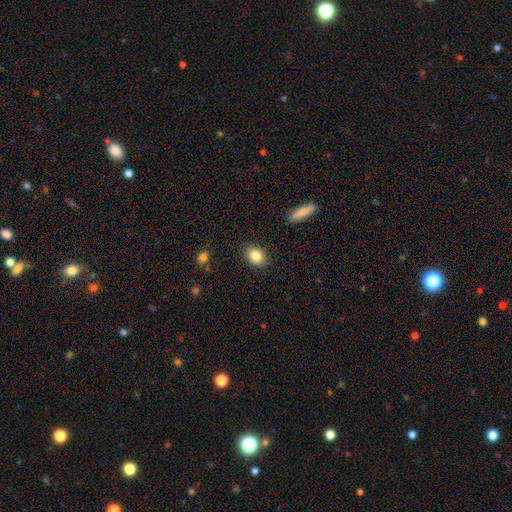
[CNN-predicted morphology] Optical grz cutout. It shows a smooth galaxy with no disk features (85%) that is in between round and cigar-shaped (66%). Merging: none (88%).